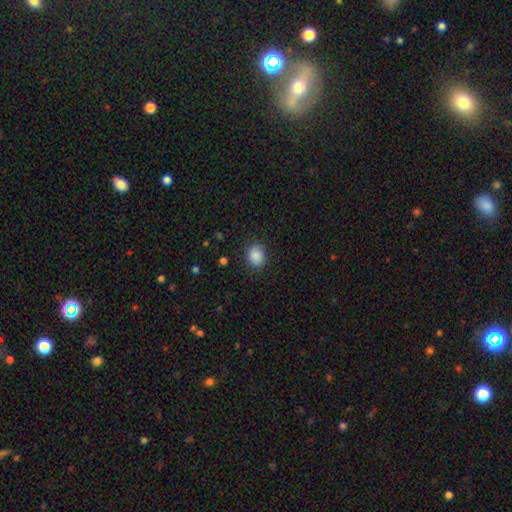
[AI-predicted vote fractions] A smooth galaxy with no disk features (88%) that is round (56%).

Vote fractions:
- Smooth or featured? smooth: 88% / star or artifact: 9% / featured or disk: 3%
- How rounded? round: 56% / in between: 43% / cigar-shaped: 1%
- Merging? none: 86% / minor disturbance: 10% / major disturbance: 3% / merger: 1%